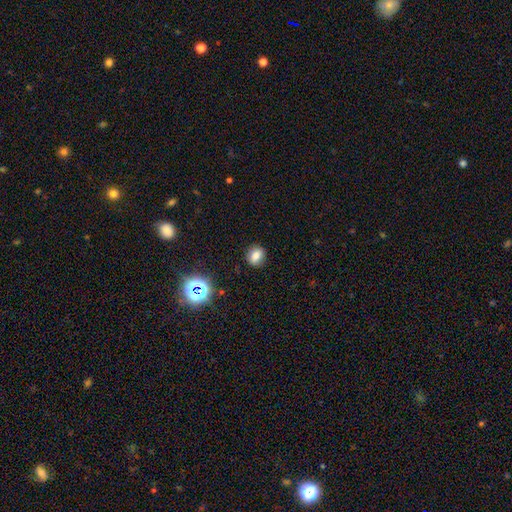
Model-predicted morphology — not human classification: This appears to be a smooth galaxy with no disk features (76%) that is round (58%). Merging: none (86%).